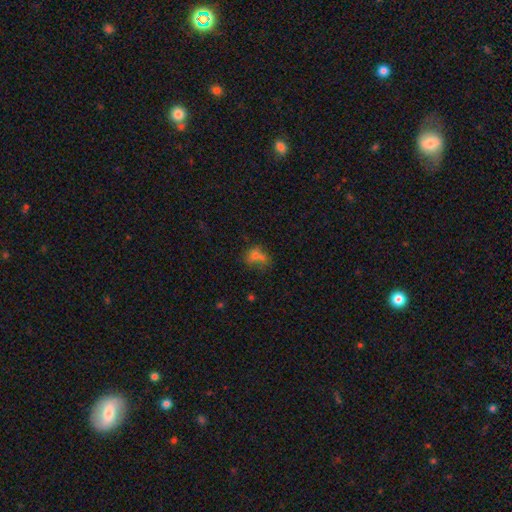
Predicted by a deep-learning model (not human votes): This appears to be a smooth galaxy with no disk features (67%) that is round (62%). Merging: merger (51%).